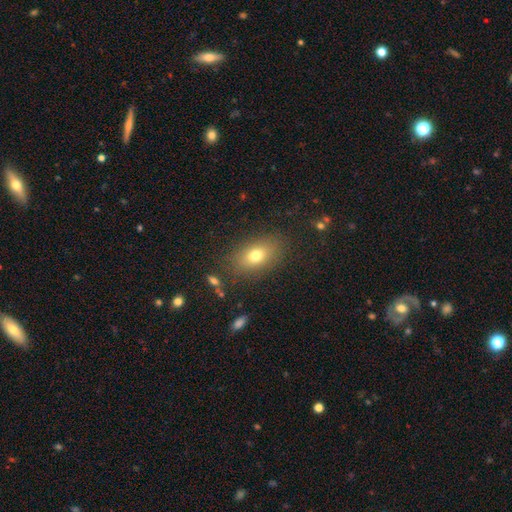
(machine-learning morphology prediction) Smooth or featured: smooth — 74% (featured or disk — 15%)
How rounded: in between — 81% (round — 16%)
Merging: none — 83% (minor disturbance — 11%)